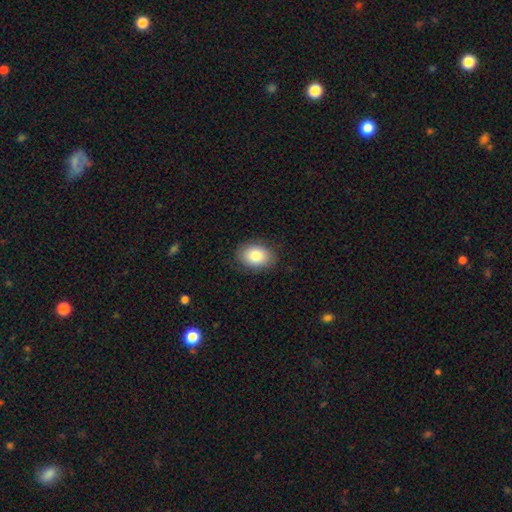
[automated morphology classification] smooth 85%, featured or disk 8%, star or artifact 7%. Down the decision tree: how rounded — in between (77%); merging — none (85%).